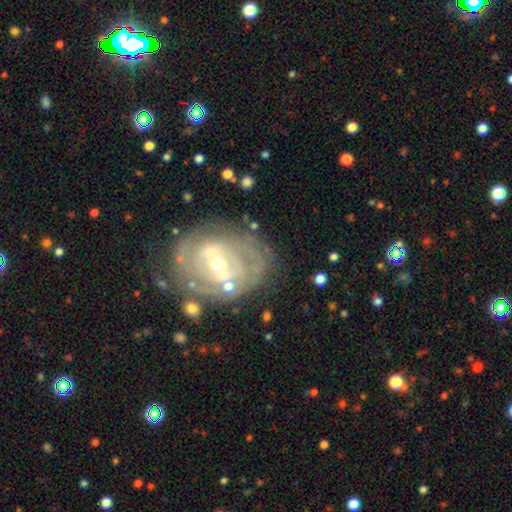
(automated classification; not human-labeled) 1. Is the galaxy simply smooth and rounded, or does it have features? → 84% featured or disk, 9% smooth, 7% star or artifact.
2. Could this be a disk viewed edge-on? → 96% no, 4% yes.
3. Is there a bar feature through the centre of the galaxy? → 41% weak, 38% strong, 21% no.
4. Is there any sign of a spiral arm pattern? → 84% yes, 16% no.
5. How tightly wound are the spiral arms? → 66% tight, 26% medium, 8% loose.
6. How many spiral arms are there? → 43% can't tell, 27% 2, 12% 3, 8% 4, 5% 1, 5% more than 4.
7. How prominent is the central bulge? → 53% small, 42% moderate, 2% large, 1% none, 1% dominant.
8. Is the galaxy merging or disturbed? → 69% none, 17% minor disturbance, 10% major disturbance, 4% merger.